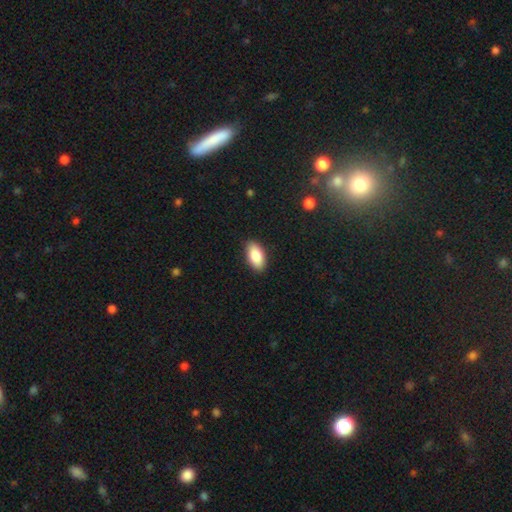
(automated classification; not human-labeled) A smooth galaxy with no disk features (87%) that is in between round and cigar-shaped (93%).

Vote fractions:
- Smooth or featured? smooth: 87% / featured or disk: 7% / star or artifact: 6%
- How rounded? in between: 93% / cigar-shaped: 4% / round: 3%
- Merging? none: 89% / minor disturbance: 9% / major disturbance: 2% / merger: 1%